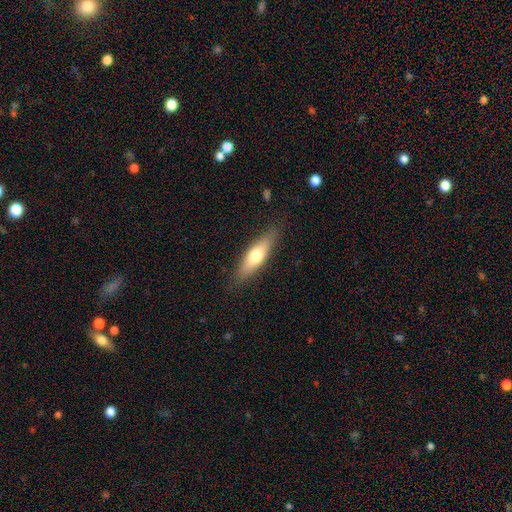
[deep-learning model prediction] Smooth or featured?
  - smooth: 64% *
  - featured or disk: 30%
  - star or artifact: 6%
How rounded?
  - cigar-shaped: 55% *
  - in between: 43%
  - round: 2%
Merging?
  - none: 84% *
  - minor disturbance: 12%
  - major disturbance: 3%
  - merger: 1%